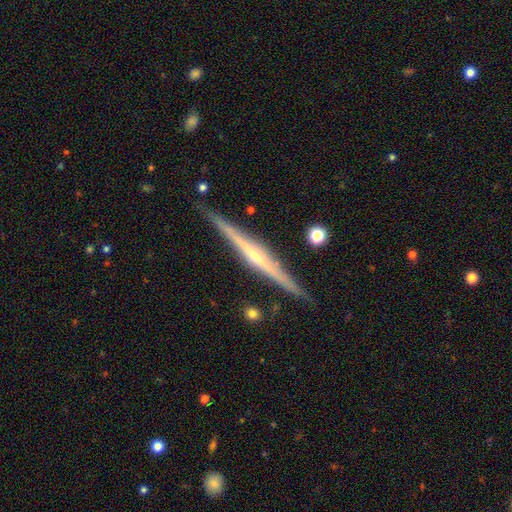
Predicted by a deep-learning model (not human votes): featured or disk 81%, smooth 14%, star or artifact 5%. Down the decision tree: edge-on disk — yes (98%); edge-on bulge — rounded (58%); merging — none (89%).